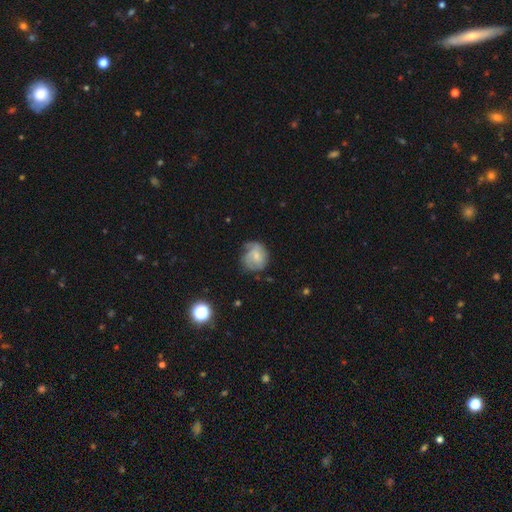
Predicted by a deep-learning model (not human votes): smooth-or-featured: featured or disk: 52% | smooth: 40% | star or artifact: 8%
  disk-edge-on: no: 98% | yes: 2%
    bar: no: 60% | weak: 35% | strong: 6%
    has-spiral-arms: yes: 78% | no: 22%
    bulge-size: small: 55% | moderate: 32% | none: 10% | large: 2% | dominant: 1%
  merging: none: 53% | minor disturbance: 29% | major disturbance: 16% | merger: 2%